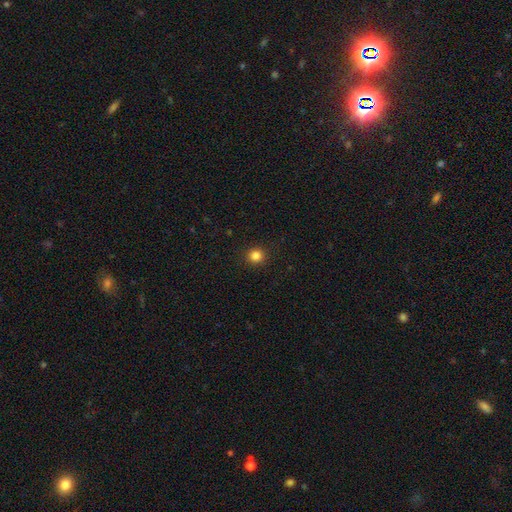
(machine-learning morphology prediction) A smooth galaxy with no disk features (83%) that is round (93%).

Vote fractions:
- Smooth or featured? smooth: 83% / star or artifact: 13% / featured or disk: 4%
- How rounded? round: 93% / in between: 6% / cigar-shaped: 1%
- Merging? none: 92% / minor disturbance: 5% / major disturbance: 2% / merger: 1%